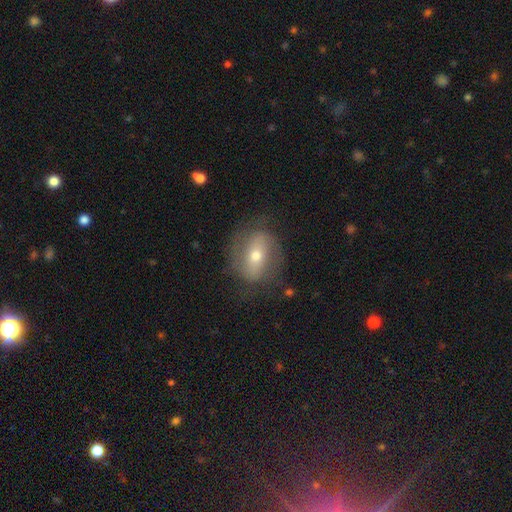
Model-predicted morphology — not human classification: smooth-or-featured: featured or disk: 59% | smooth: 33% | star or artifact: 9%
  disk-edge-on: no: 90% | yes: 10%
    bar: strong: 42% | weak: 31% | no: 28%
    has-spiral-arms: yes: 61% | no: 39%
    bulge-size: moderate: 55% | small: 40% | large: 3% | dominant: 1% | none: 1%
  merging: none: 73% | minor disturbance: 17% | major disturbance: 9% | merger: 1%